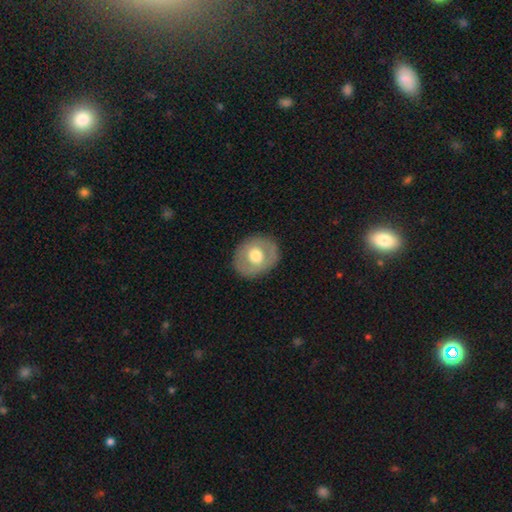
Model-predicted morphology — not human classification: A smooth galaxy with no disk features (55%) that is round (66%).

Vote fractions:
- Smooth or featured? smooth: 55% / featured or disk: 39% / star or artifact: 6%
- How rounded? round: 66% / in between: 33% / cigar-shaped: 1%
- Merging? none: 85% / minor disturbance: 10% / major disturbance: 4% / merger: 1%